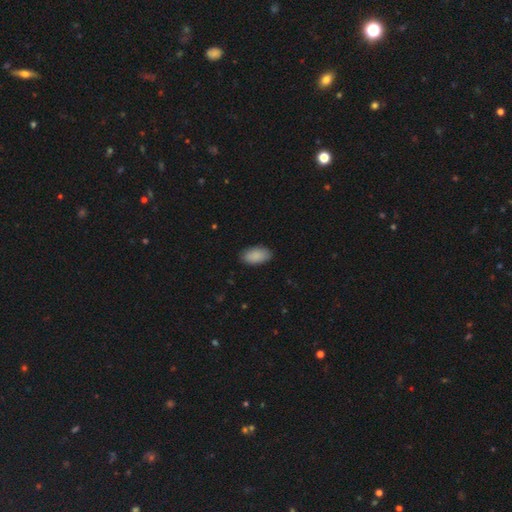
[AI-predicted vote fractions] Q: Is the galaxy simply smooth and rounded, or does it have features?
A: smooth — 90%.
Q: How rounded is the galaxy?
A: in between — 95%.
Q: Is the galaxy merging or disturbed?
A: none — 87%.